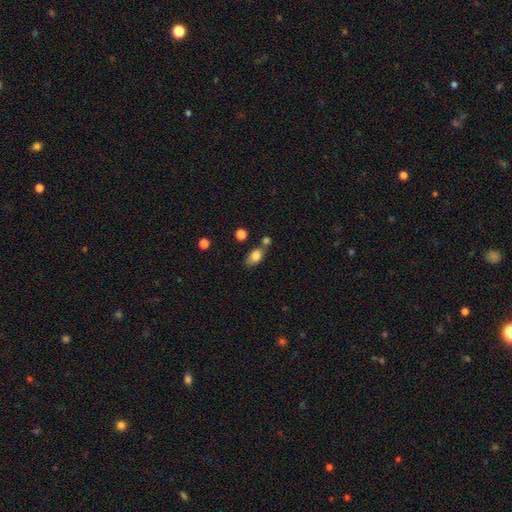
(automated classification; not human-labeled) smooth_or_featured: smooth (p=0.80) [alt: featured or disk p=0.11]
how_rounded: in between (p=0.83) [alt: round p=0.13]
merging: none (p=0.56) [alt: merger p=0.21]